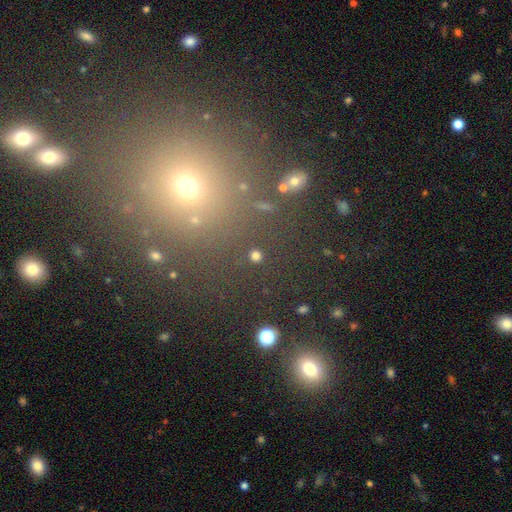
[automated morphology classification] smooth-or-featured: smooth: 75% | star or artifact: 20% | featured or disk: 5%
  how-rounded: round: 92% | in between: 7% | cigar-shaped: 1%
  merging: none: 90% | minor disturbance: 5% | merger: 3% | major disturbance: 3%